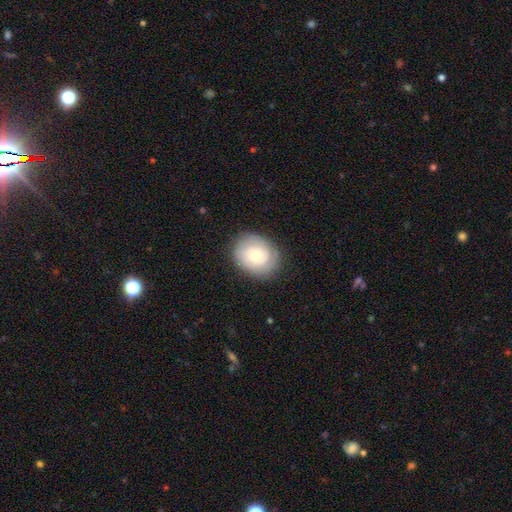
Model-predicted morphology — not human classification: This is possibly a smooth galaxy (50%). How rounded: possibly round (57%). Merging: likely none (80%).